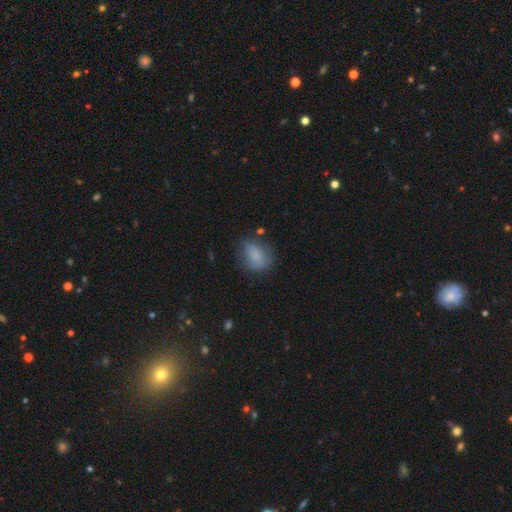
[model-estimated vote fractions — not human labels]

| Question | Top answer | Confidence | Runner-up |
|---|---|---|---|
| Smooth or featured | smooth | 77% | featured or disk (13%) |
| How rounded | in between | 60% | round (38%) |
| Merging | none | 56% | minor disturbance (29%) |